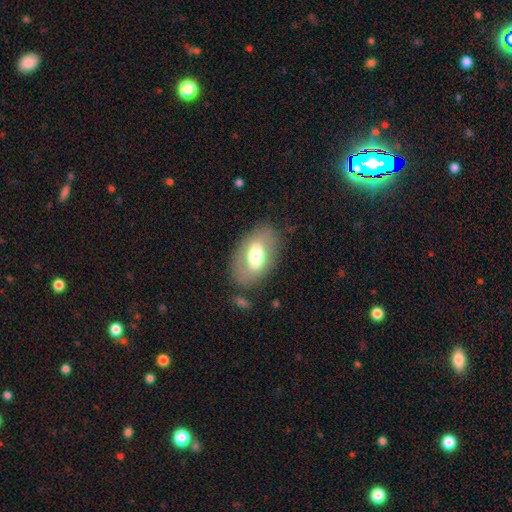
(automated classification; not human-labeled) This is possibly a smooth galaxy (56%). How rounded: clearly in between (90%). Merging: likely none (77%).